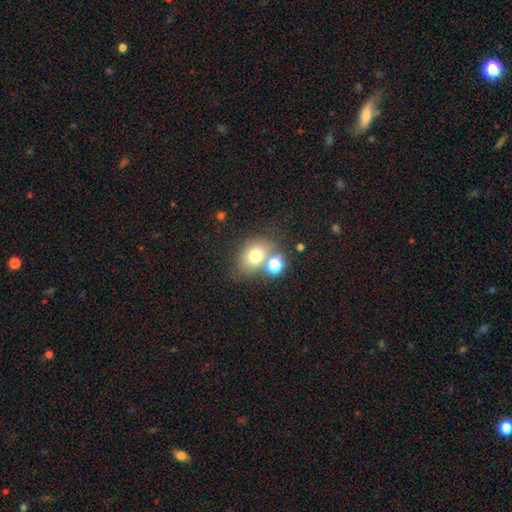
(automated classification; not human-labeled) smooth_or_featured: smooth (p=0.72) [alt: star or artifact p=0.15]
how_rounded: in between (p=0.51) [alt: round p=0.48]
merging: none (p=0.56) [alt: merger p=0.25]